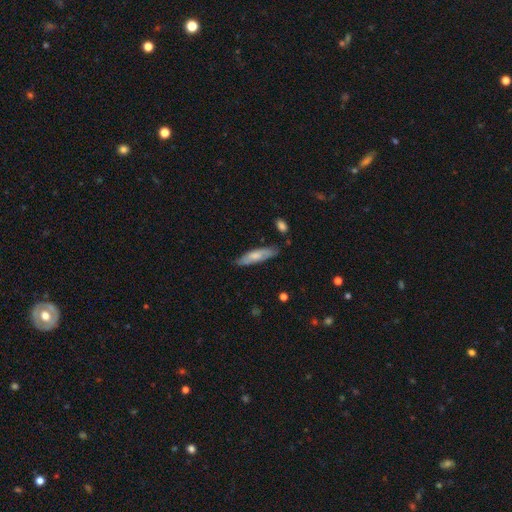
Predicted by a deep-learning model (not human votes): Smooth or featured?
  - smooth: 61% *
  - featured or disk: 33%
  - star or artifact: 6%
How rounded?
  - cigar-shaped: 64% *
  - in between: 35%
  - round: 2%
Merging?
  - none: 76% *
  - minor disturbance: 18%
  - major disturbance: 3%
  - merger: 2%